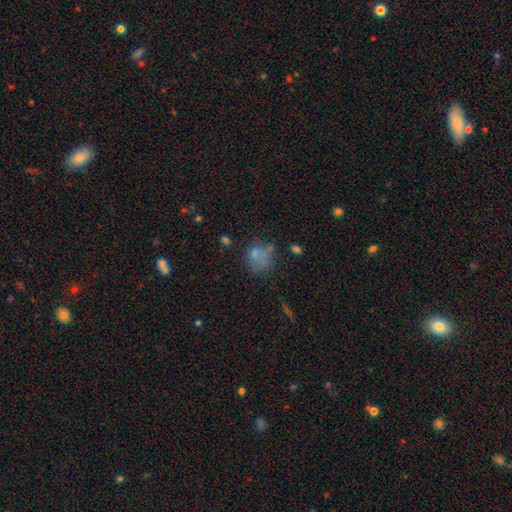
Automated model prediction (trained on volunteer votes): A smooth galaxy with no disk features (60%) that is round (71%).

Vote fractions:
- Smooth or featured? smooth: 60% / star or artifact: 25% / featured or disk: 15%
- How rounded? round: 71% / in between: 27% / cigar-shaped: 2%
- Merging? none: 54% / minor disturbance: 22% / major disturbance: 15% / merger: 9%